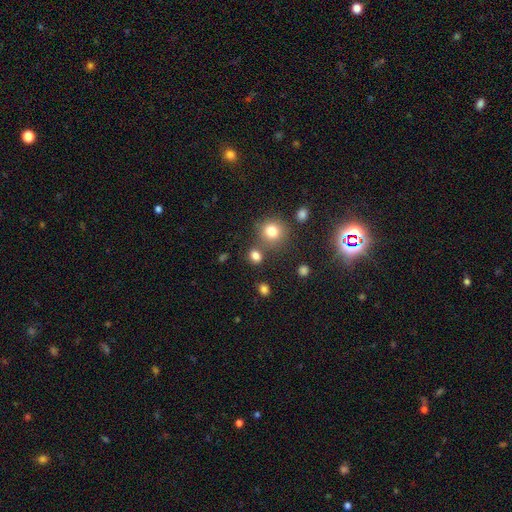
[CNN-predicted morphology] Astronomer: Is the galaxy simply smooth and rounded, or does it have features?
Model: smooth — 80%.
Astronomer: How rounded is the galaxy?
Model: round — 67%.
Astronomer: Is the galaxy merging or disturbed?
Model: none — 71%.